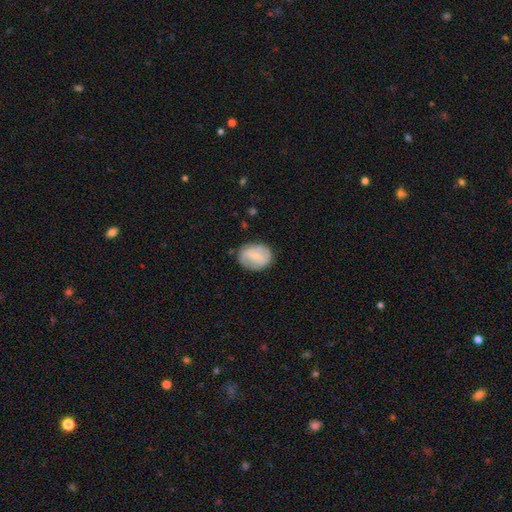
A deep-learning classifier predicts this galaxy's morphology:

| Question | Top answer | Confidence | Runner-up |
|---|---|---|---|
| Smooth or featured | smooth | 59% | featured or disk (35%) |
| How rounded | in between | 53% | round (46%) |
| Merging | none | 76% | minor disturbance (17%) |